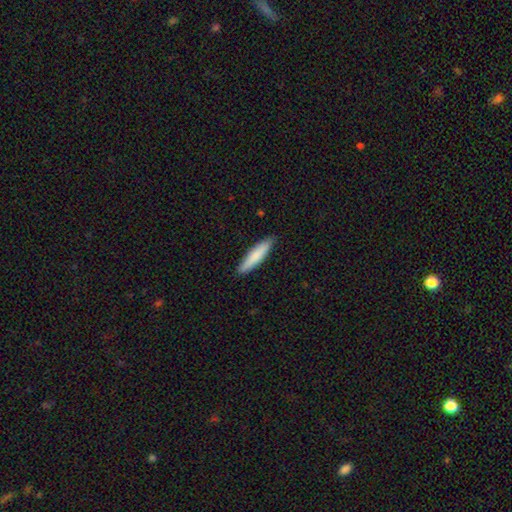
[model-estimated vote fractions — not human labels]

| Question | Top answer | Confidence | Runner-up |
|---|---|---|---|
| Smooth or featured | smooth | 80% | featured or disk (14%) |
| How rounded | cigar-shaped | 85% | in between (14%) |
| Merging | none | 89% | minor disturbance (8%) |